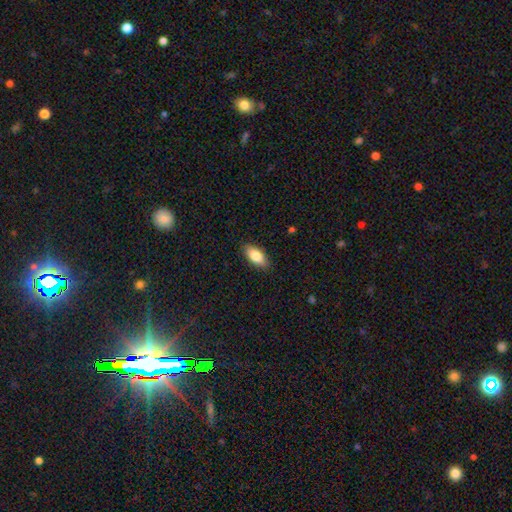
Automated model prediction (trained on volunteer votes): Smooth or featured?
  - smooth: 82% *
  - featured or disk: 12%
  - star or artifact: 6%
How rounded?
  - in between: 87% *
  - cigar-shaped: 11%
  - round: 3%
Merging?
  - none: 88% *
  - minor disturbance: 9%
  - major disturbance: 2%
  - merger: 1%